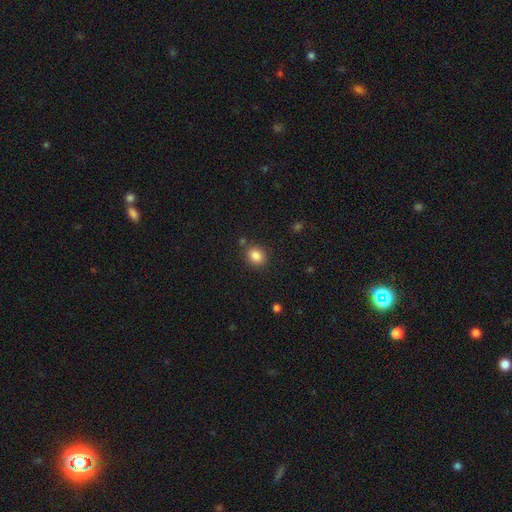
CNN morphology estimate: Overall: smooth (86%). How rounded: round (55%; in between 44%). Merging: none (80%).